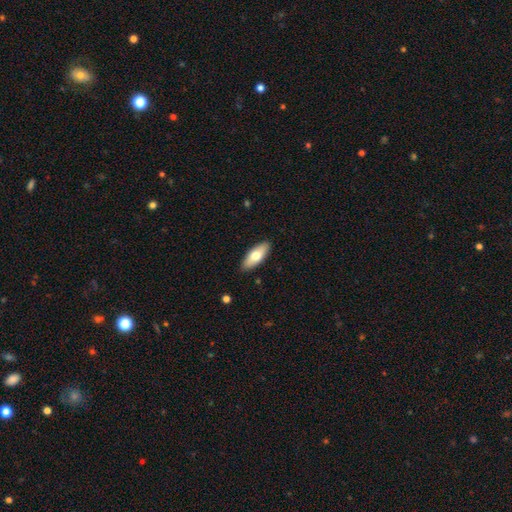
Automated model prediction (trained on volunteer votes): A smooth galaxy with no disk features (71%) that is in between round and cigar-shaped (76%). Merging: none (89%).